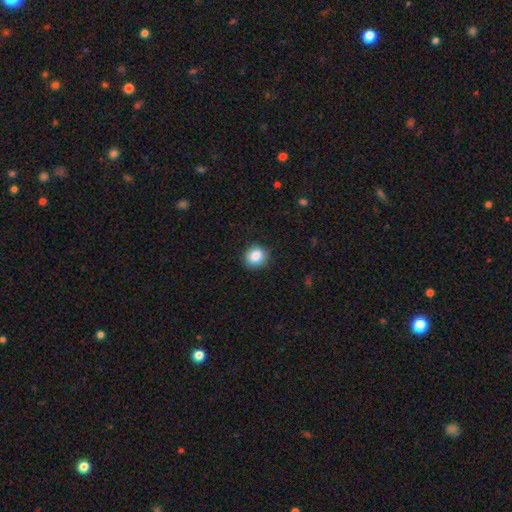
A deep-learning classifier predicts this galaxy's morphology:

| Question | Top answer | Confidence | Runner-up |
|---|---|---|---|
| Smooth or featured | smooth | 85% | star or artifact (9%) |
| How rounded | round | 82% | in between (17%) |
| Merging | none | 88% | minor disturbance (9%) |